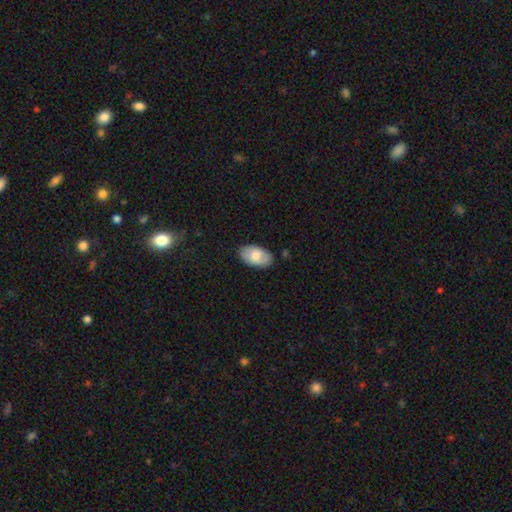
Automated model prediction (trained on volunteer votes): Smooth or featured: smooth — 73% (featured or disk — 21%)
How rounded: in between — 95% (round — 4%)
Merging: none — 83% (minor disturbance — 13%)